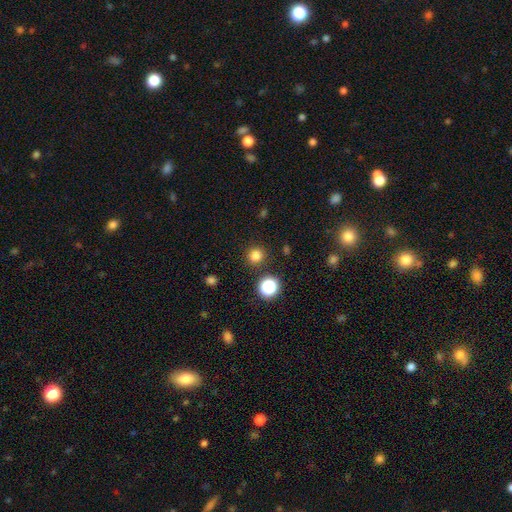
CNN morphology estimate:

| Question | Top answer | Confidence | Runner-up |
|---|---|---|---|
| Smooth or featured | smooth | 79% | star or artifact (17%) |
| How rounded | round | 94% | in between (5%) |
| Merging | none | 89% | minor disturbance (6%) |